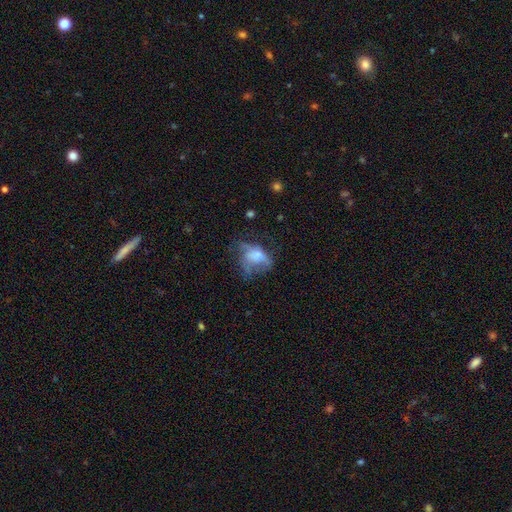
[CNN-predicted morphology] Smooth or featured: smooth — 47% (featured or disk — 42%)
Merging: major disturbance — 42% (none — 31%)